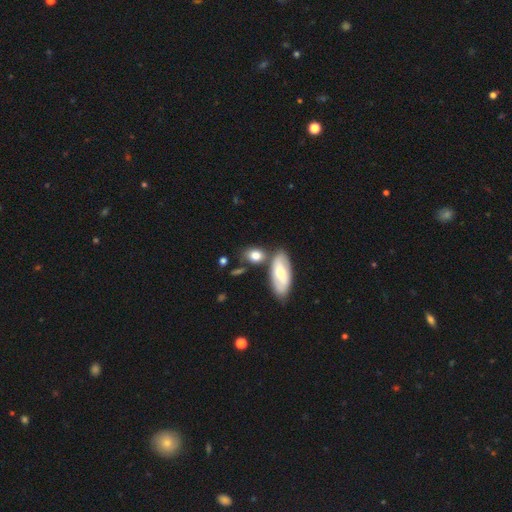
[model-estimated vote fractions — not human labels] Q: Smooth or featured?
A: smooth (75%); runner-up: featured or disk (18%)
Q: How rounded?
A: in between (70%); runner-up: round (24%)
Q: Merging?
A: none (58%); runner-up: merger (21%)